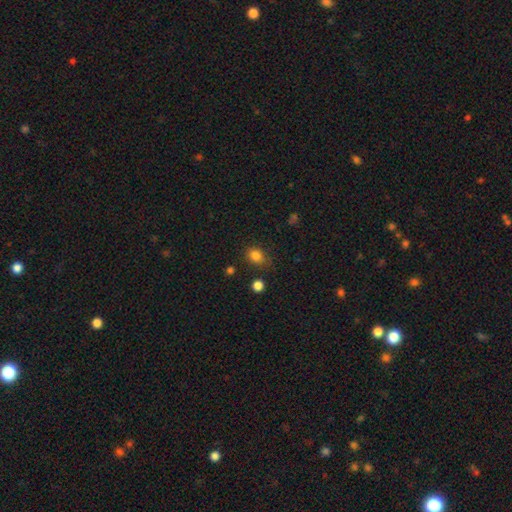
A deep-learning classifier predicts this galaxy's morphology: This appears to be a smooth galaxy with no disk features (83%) that is round (50%). Merging: none (75%).